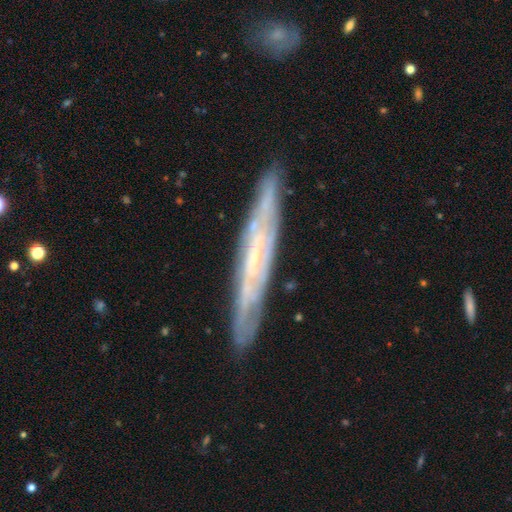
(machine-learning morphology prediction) This is likely a featured or disk galaxy (74%). It is likely viewed edge-on (68%). Edge-on bulge: likely none (74%). Merging: clearly none (84%).